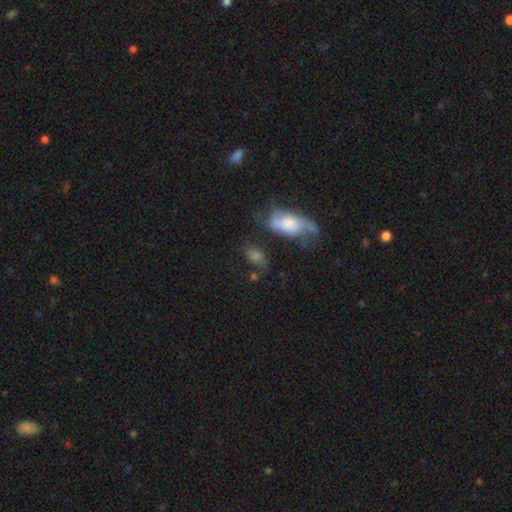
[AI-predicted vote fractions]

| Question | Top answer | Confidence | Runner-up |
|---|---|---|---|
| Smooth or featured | smooth | 55% | featured or disk (29%) |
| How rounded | in between | 79% | round (14%) |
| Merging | none | 51% | minor disturbance (23%) |